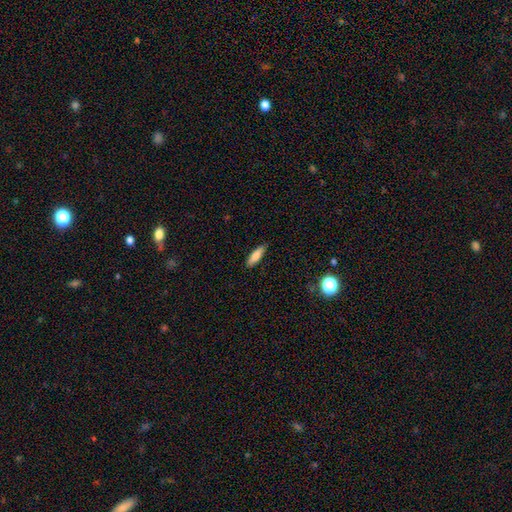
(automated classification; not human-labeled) smooth-or-featured: smooth: 82% | featured or disk: 11% | star or artifact: 7%
  how-rounded: cigar-shaped: 54% | in between: 45% | round: 2%
  merging: none: 86% | minor disturbance: 11% | major disturbance: 2% | merger: 1%